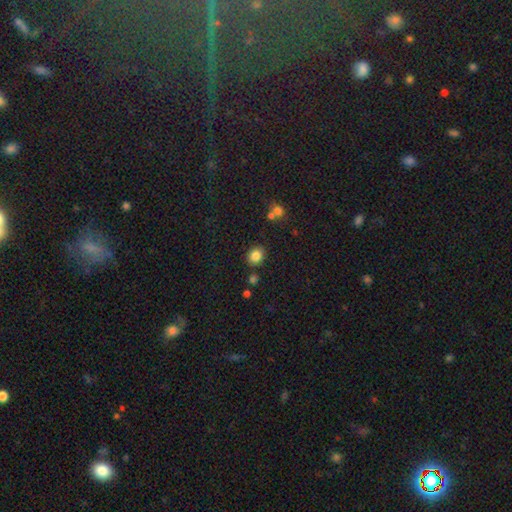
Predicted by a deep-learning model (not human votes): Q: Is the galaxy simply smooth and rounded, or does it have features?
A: smooth — 84%.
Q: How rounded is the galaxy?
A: round — 63%.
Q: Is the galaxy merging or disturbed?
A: none — 82%.